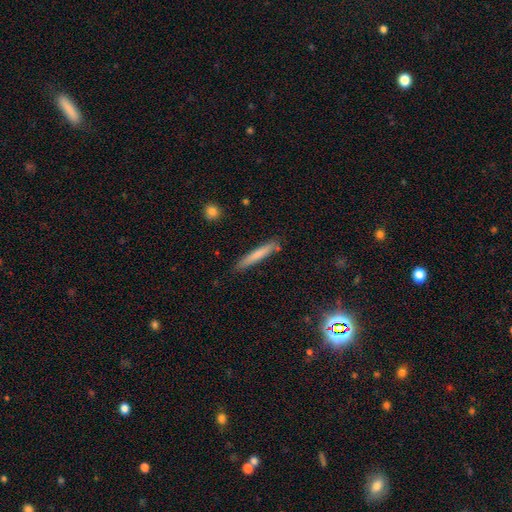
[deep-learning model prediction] Q: Smooth or featured?
A: smooth (66%); runner-up: featured or disk (26%)
Q: How rounded?
A: cigar-shaped (95%); runner-up: in between (3%)
Q: Merging?
A: none (87%); runner-up: minor disturbance (10%)